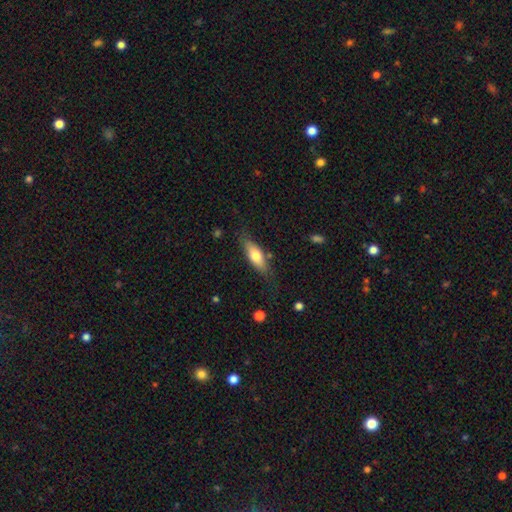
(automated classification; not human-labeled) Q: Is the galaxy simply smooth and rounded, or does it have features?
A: smooth — 68%.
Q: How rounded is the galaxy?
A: in between — 60%.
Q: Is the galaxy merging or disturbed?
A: none — 75%.